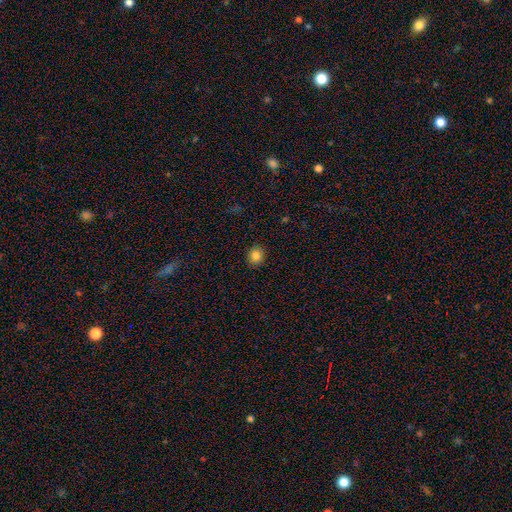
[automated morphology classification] type=smooth (83%); roundness=round (81%); merging=none (90%).